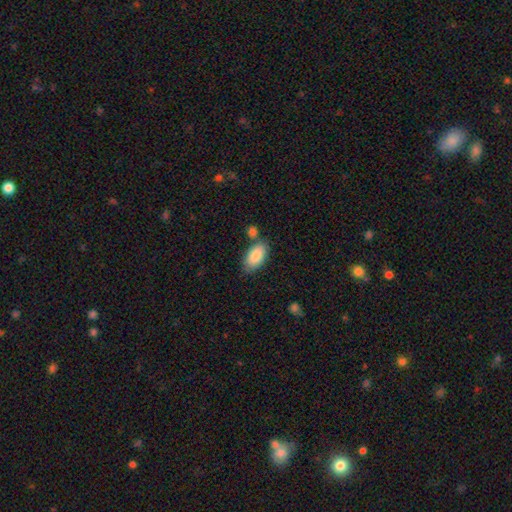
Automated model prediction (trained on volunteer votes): smooth 86%, featured or disk 8%, star or artifact 6%. Down the decision tree: how rounded — in between (93%); merging — none (67%).